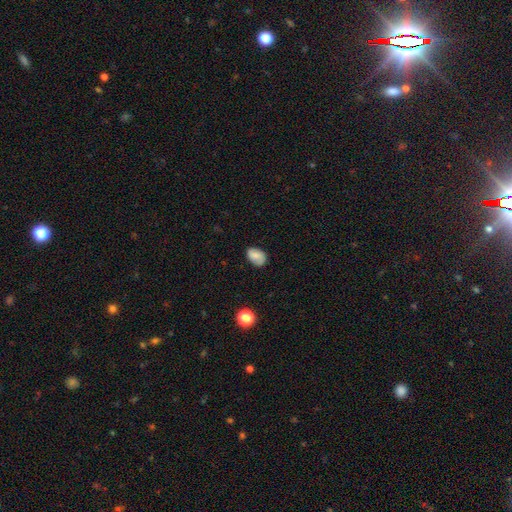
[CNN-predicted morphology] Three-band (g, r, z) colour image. It shows a smooth galaxy with no disk features (72%) that is in between round and cigar-shaped (81%). Merging: none (73%).